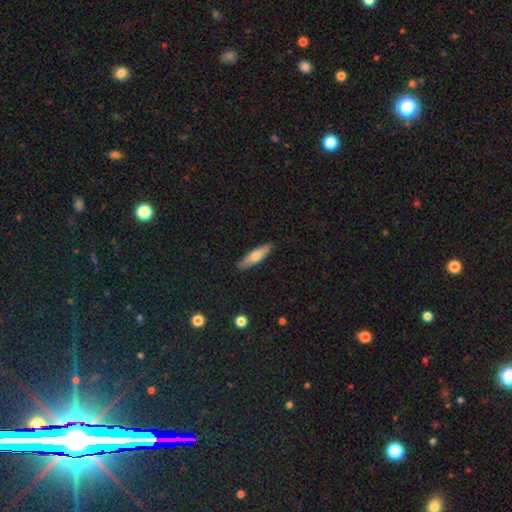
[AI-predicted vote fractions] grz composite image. It shows a smooth galaxy with no disk features (63%) that is cigar-shaped (67%). Merging: none (90%).